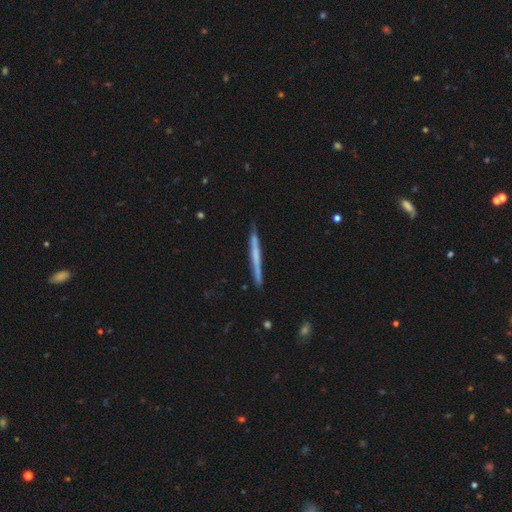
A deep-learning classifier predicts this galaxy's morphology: smooth_or_featured: smooth (p=0.48) [alt: featured or disk p=0.47]
merging: none (p=0.89) [alt: minor disturbance p=0.09]